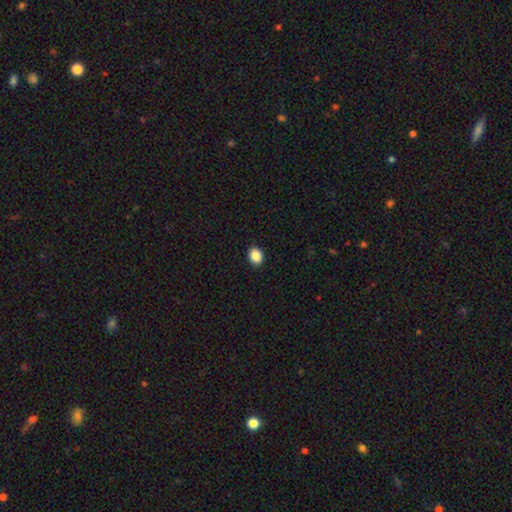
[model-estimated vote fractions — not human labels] smooth_or_featured: smooth (p=0.88) [alt: star or artifact p=0.09]
how_rounded: in between (p=0.54) [alt: round p=0.45]
merging: none (p=0.92) [alt: minor disturbance p=0.06]